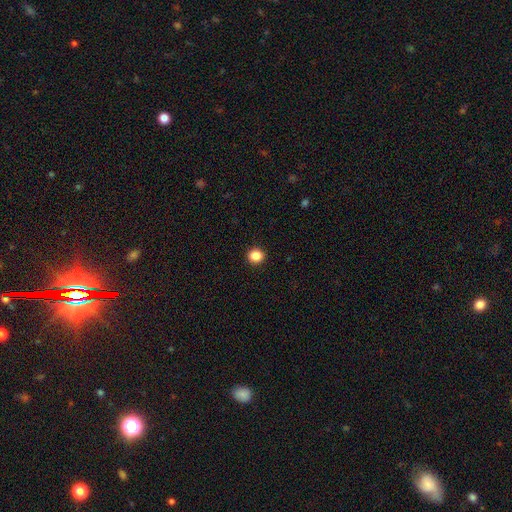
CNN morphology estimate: smooth 87%, star or artifact 10%, featured or disk 3%. Down the decision tree: how rounded — round (85%); merging — none (93%).